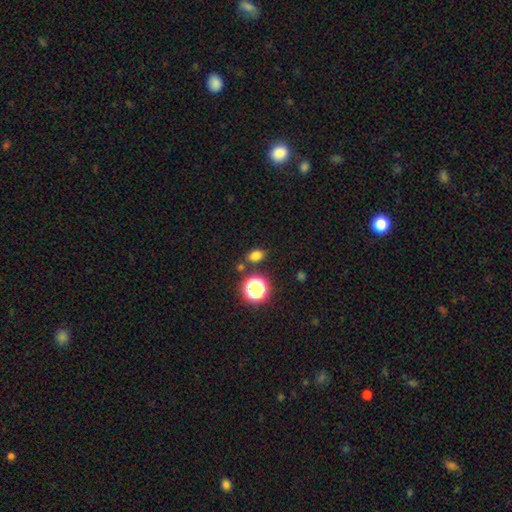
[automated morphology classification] Q: Smooth or featured?
A: smooth (76%); runner-up: star or artifact (19%)
Q: How rounded?
A: in between (67%); runner-up: round (31%)
Q: Merging?
A: none (79%); runner-up: minor disturbance (11%)